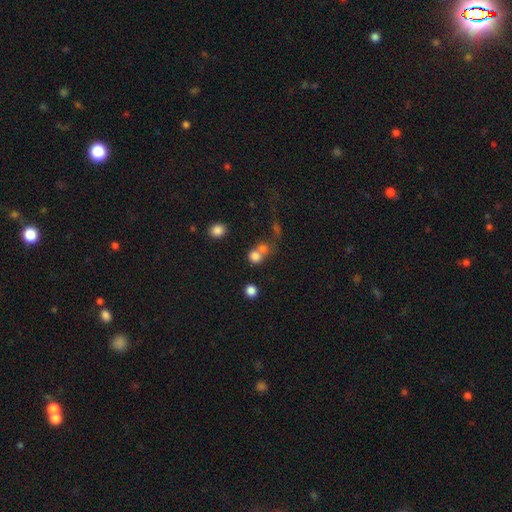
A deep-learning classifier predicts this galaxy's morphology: Smooth or featured?
  - smooth: 76% *
  - star or artifact: 14%
  - featured or disk: 10%
How rounded?
  - round: 79% *
  - in between: 20%
  - cigar-shaped: 1%
Merging?
  - merger: 49% *
  - none: 38%
  - minor disturbance: 8%
  - major disturbance: 5%